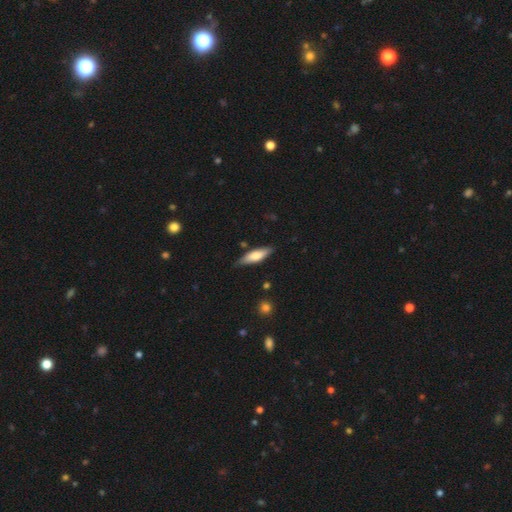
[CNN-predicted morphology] smooth_or_featured: smooth (p=0.65) [alt: featured or disk p=0.29]
how_rounded: cigar-shaped (p=0.56) [alt: in between p=0.43]
merging: none (p=0.80) [alt: minor disturbance p=0.15]